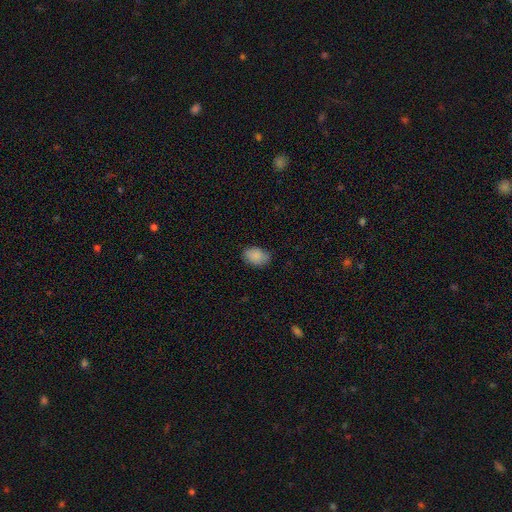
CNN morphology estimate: smooth 88%, star or artifact 7%, featured or disk 4%. Down the decision tree: how rounded — in between (86%); merging — none (77%).